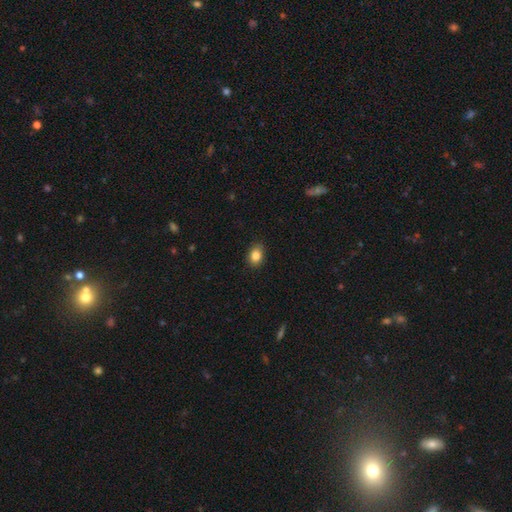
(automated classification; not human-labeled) Smooth or featured? smooth (85%)
How rounded? in between (68%)
Merging? none (87%)